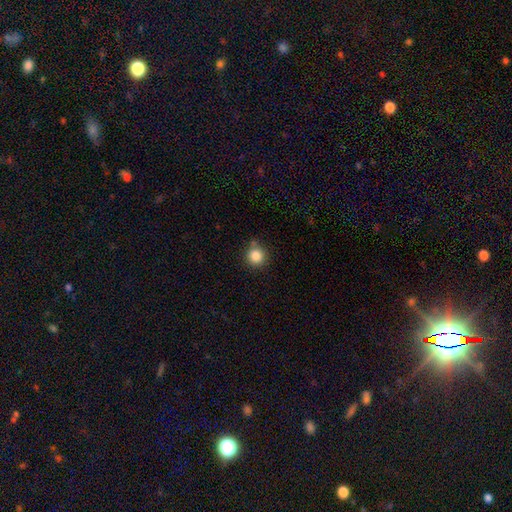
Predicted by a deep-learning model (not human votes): This is clearly a smooth galaxy (85%). How rounded: clearly round (93%). Merging: likely none (78%).